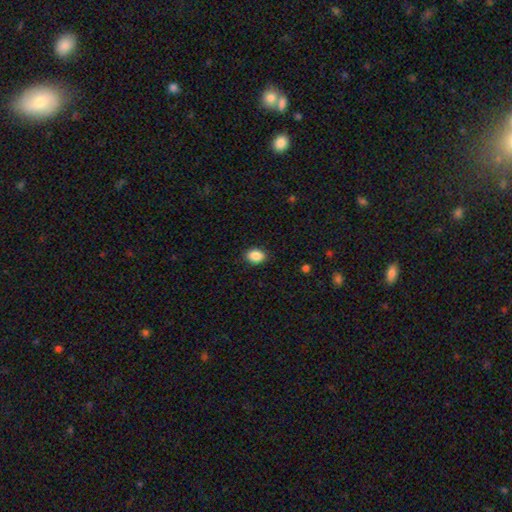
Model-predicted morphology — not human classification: smooth-or-featured: smooth: 88% | star or artifact: 8% | featured or disk: 4%
  how-rounded: in between: 69% | round: 30% | cigar-shaped: 1%
  merging: none: 88% | minor disturbance: 9% | major disturbance: 2% | merger: 1%